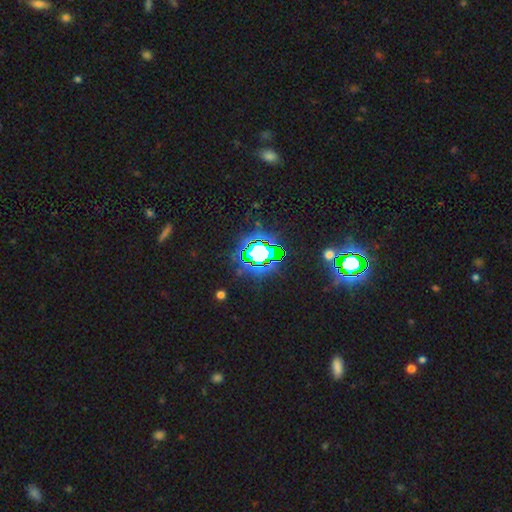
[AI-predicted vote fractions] This appears to be a star or artifact, not a galaxy (74%).